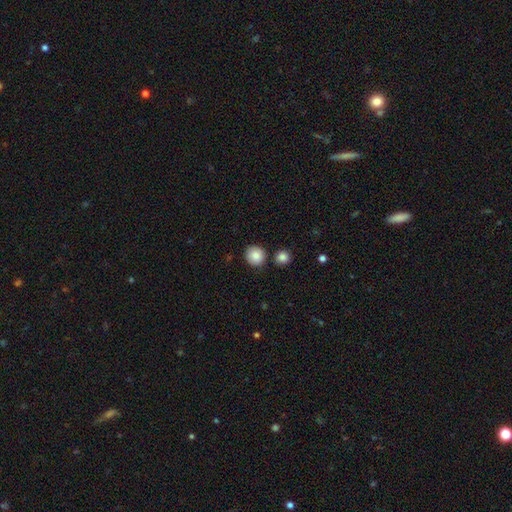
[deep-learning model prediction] Q: Smooth or featured?
A: smooth (85%); runner-up: star or artifact (8%)
Q: How rounded?
A: round (90%); runner-up: in between (9%)
Q: Merging?
A: none (83%); runner-up: minor disturbance (8%)